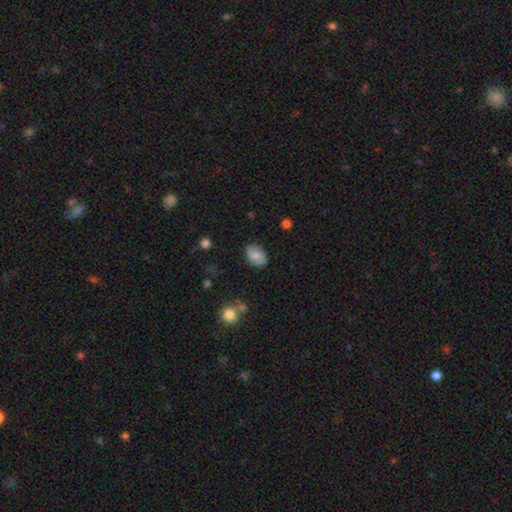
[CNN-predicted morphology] This is likely a smooth galaxy (71%). How rounded: clearly in between (80%). Merging: clearly none (80%).